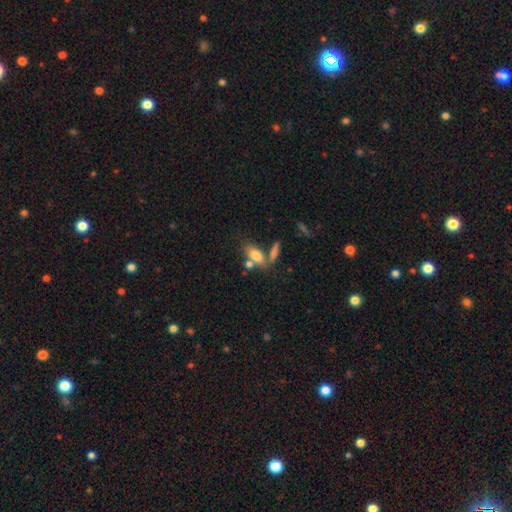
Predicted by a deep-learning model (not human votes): This appears to be a smooth galaxy with no disk features (75%) that is in between round and cigar-shaped (79%). Merging: none (48%).